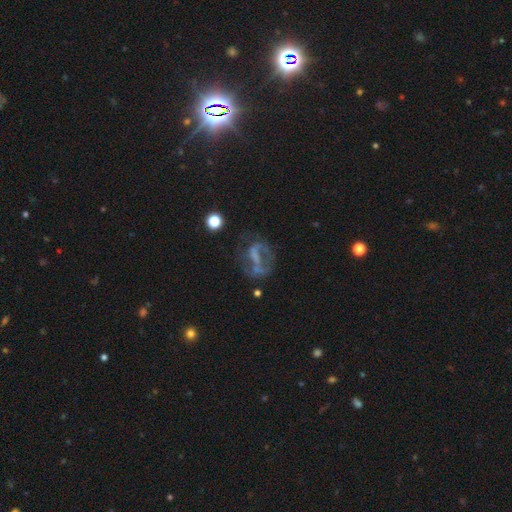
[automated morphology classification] The model was most divided on "bar": no: 43%, strong: 30%, weak: 27%. Remaining: edge-on disk — no (94%); bulge size — none (66%); spiral arms — no (59%); smooth or featured — featured or disk (58%); merging — none (46%).